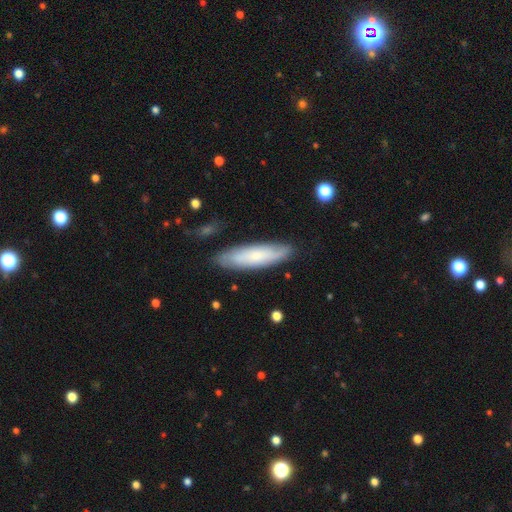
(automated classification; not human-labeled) Q: Smooth or featured?
A: smooth (59%); runner-up: featured or disk (35%)
Q: How rounded?
A: cigar-shaped (67%); runner-up: in between (32%)
Q: Merging?
A: none (83%); runner-up: minor disturbance (13%)